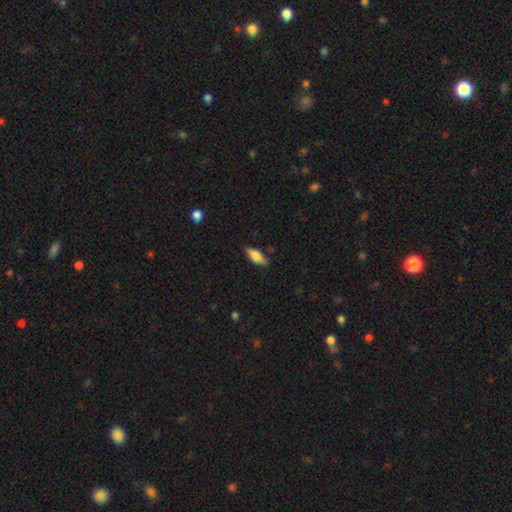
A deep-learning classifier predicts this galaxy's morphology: smooth_or_featured: smooth (p=0.70) [alt: featured or disk p=0.24]
how_rounded: in between (p=0.67) [alt: cigar-shaped p=0.31]
merging: none (p=0.83) [alt: minor disturbance p=0.13]